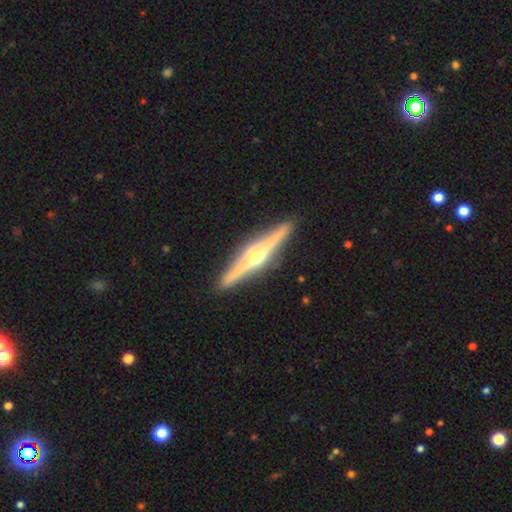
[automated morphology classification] Smooth or featured? Predicted: featured or disk (p=0.85). Edge-on disk? Predicted: yes (p=0.98). Edge-on bulge? Predicted: rounded (p=0.94). Merging? Predicted: none (p=0.92).